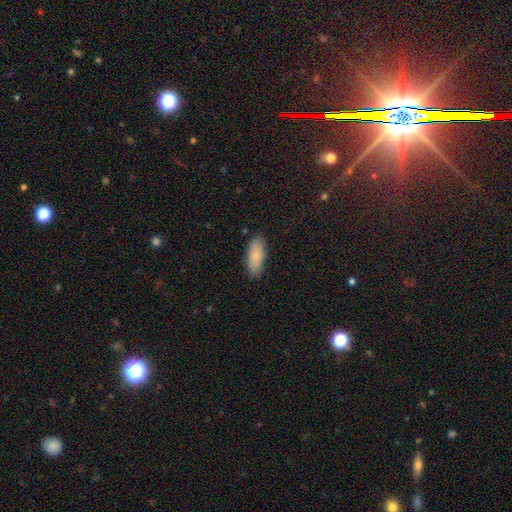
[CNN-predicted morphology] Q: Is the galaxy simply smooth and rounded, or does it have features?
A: smooth — 83%.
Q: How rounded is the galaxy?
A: in between — 82%.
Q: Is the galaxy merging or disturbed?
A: none — 86%.